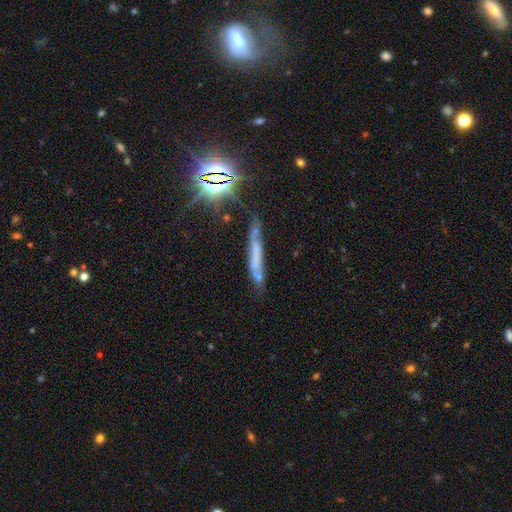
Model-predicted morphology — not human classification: smooth-or-featured: smooth: 40% | featured or disk: 38% | star or artifact: 22%
  merging: none: 59% | minor disturbance: 24% | merger: 9% | major disturbance: 9%